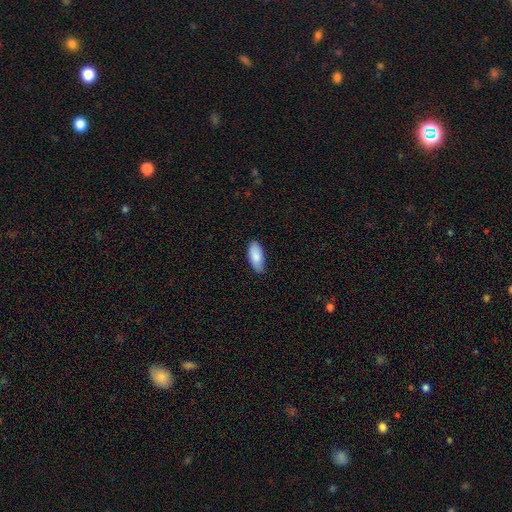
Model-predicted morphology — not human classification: The model was most divided on "merging": none: 80%, minor disturbance: 17%, major disturbance: 2%, merger: 1%. More confident: how rounded — in between (88%); smooth or featured — smooth (87%).